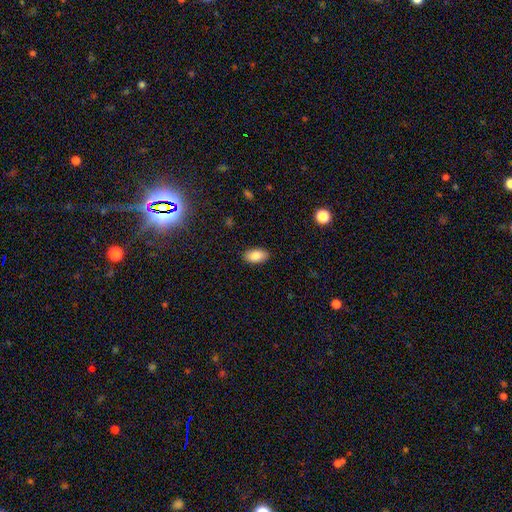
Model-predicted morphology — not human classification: This is clearly a smooth galaxy (87%). How rounded: clearly in between (93%). Merging: clearly none (88%).